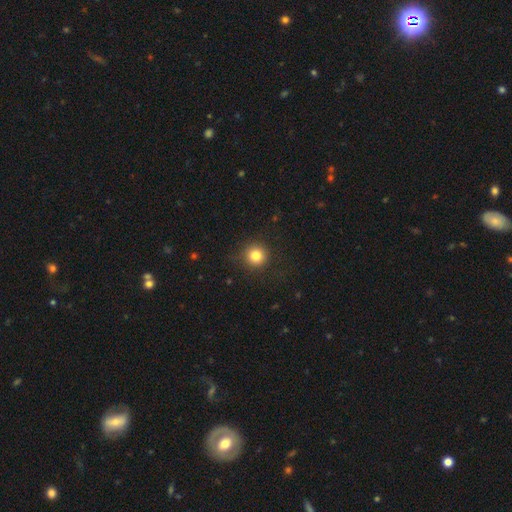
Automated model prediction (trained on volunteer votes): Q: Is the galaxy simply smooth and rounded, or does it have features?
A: smooth — 82%.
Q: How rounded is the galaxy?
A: round — 94%.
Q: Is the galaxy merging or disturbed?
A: none — 88%.